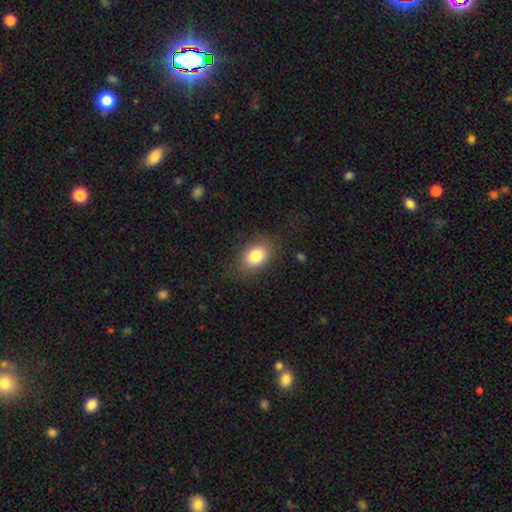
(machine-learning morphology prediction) Overall: smooth (83%). How rounded: in between (78%). Merging: none (79%).